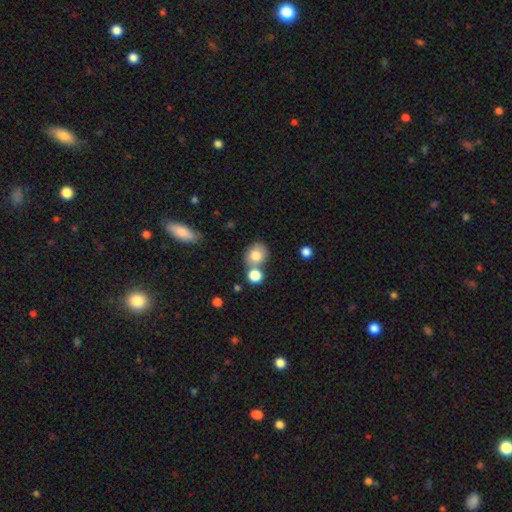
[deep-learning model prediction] Smooth or featured? Predicted: smooth (p=0.79). How rounded? Predicted: round (p=0.72). Merging? Predicted: none (p=0.56).